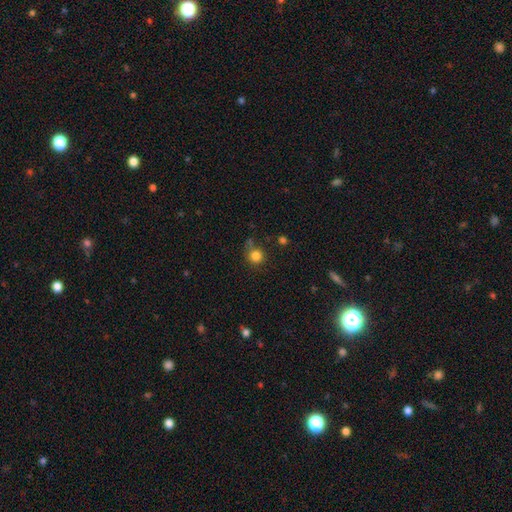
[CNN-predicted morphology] smooth_or_featured: smooth (p=0.82) [alt: star or artifact p=0.12]
how_rounded: round (p=0.92) [alt: in between p=0.08]
merging: none (p=0.70) [alt: minor disturbance p=0.16]